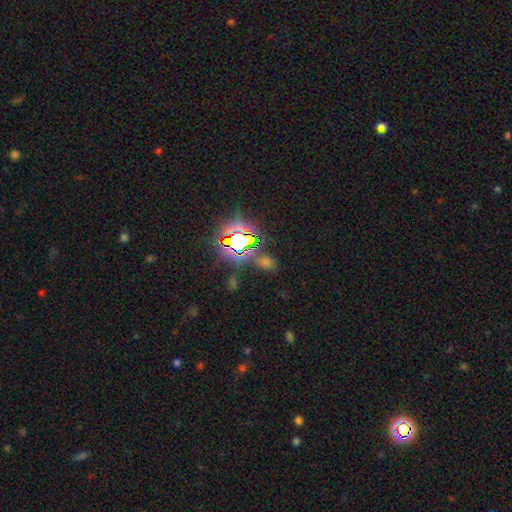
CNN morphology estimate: A star or artifact, not a galaxy (81%).

Vote fractions:
- Smooth or featured? star or artifact: 81% / smooth: 12% / featured or disk: 8%